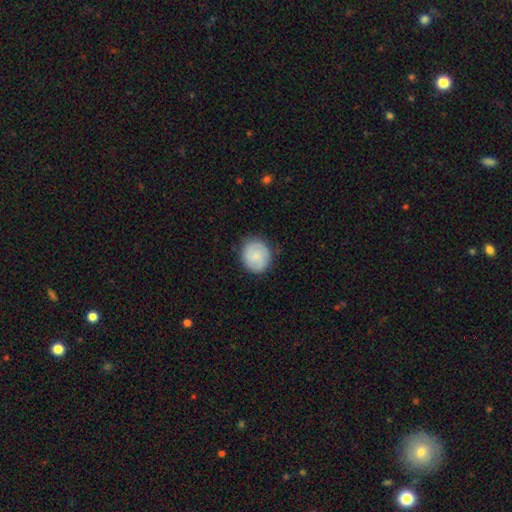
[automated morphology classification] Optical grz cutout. It shows a smooth galaxy with no disk features (72%) that is round (80%). Merging: none (83%).